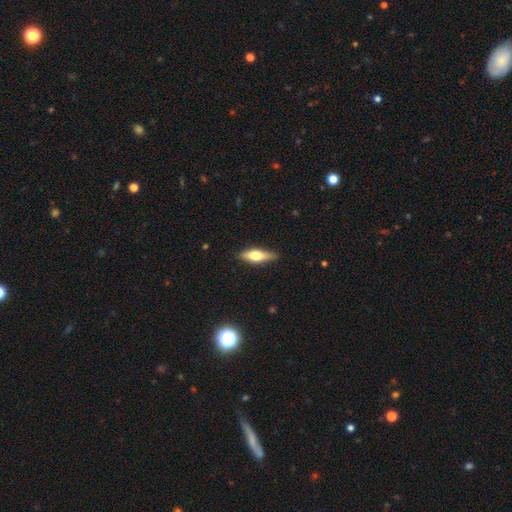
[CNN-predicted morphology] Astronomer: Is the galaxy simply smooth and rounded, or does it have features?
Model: smooth — 51% (runner-up: featured or disk, 42%).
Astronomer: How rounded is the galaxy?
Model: in between — 50% (runner-up: cigar-shaped, 47%).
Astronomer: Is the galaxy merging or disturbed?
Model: none — 86%.